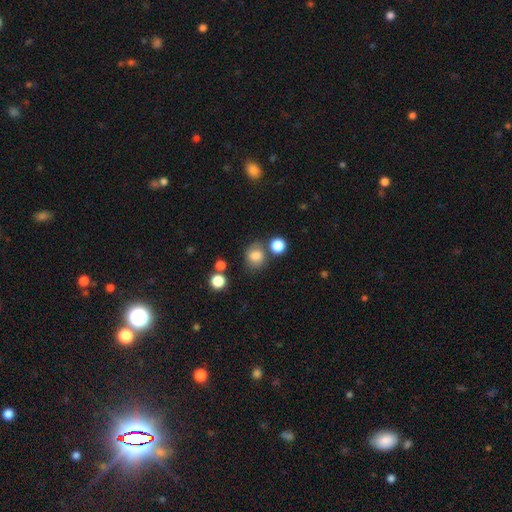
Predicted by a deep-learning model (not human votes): A smooth galaxy with no disk features (79%) that is round (72%). Merging: none (67%).